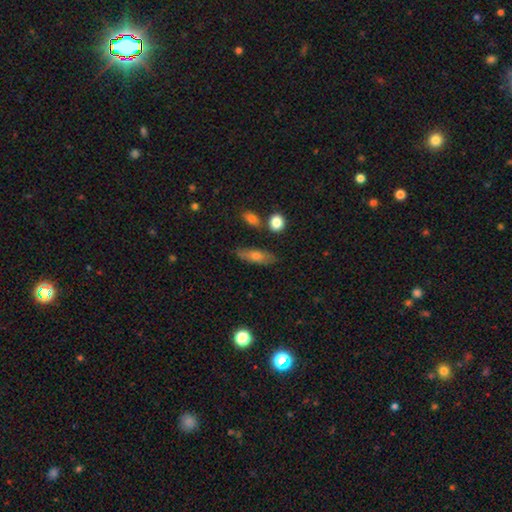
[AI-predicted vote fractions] smooth-or-featured: smooth: 64% | featured or disk: 27% | star or artifact: 8%
  how-rounded: in between: 57% | cigar-shaped: 38% | round: 5%
  merging: none: 77% | minor disturbance: 15% | merger: 4% | major disturbance: 4%